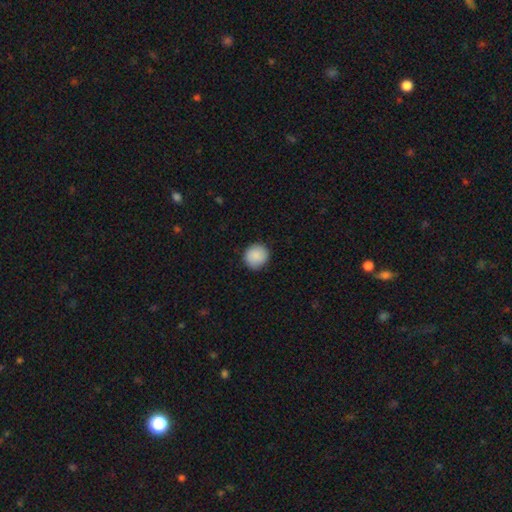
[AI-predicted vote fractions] Morphology: type=smooth (90%); roundness=round (92%); merging=none (91%).